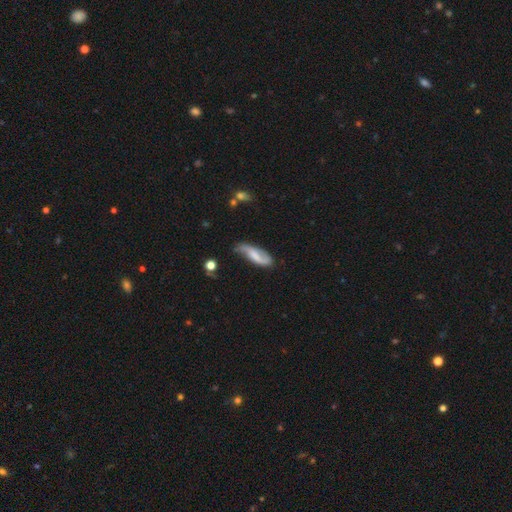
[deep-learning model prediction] This appears to be a featured or disk galaxy (61%) with a weak bar (43%), spiral arms (88%) and no central bulge (33%). Merging: none (53%).